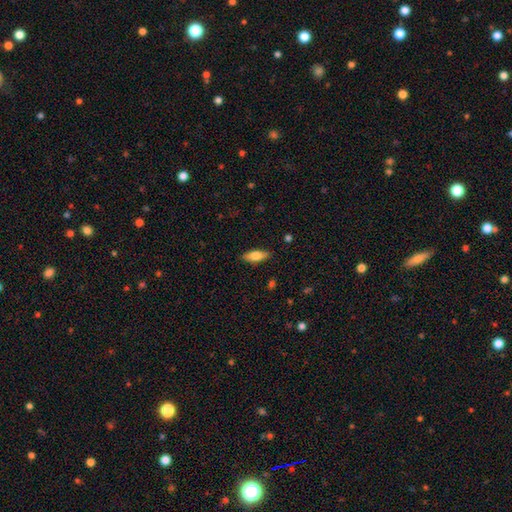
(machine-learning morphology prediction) smooth-or-featured: smooth: 76% | featured or disk: 18% | star or artifact: 6%
  how-rounded: in between: 69% | cigar-shaped: 29% | round: 2%
  merging: none: 87% | minor disturbance: 10% | major disturbance: 2% | merger: 1%